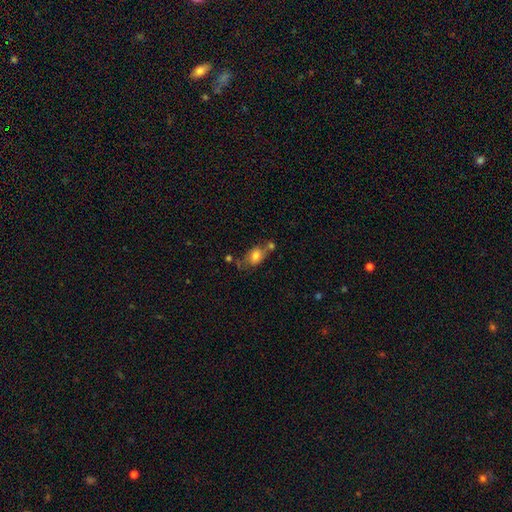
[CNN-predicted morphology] smooth_or_featured: smooth (p=0.71) [alt: featured or disk p=0.20]
how_rounded: in between (p=0.77) [alt: round p=0.20]
merging: none (p=0.44) [alt: merger p=0.26]